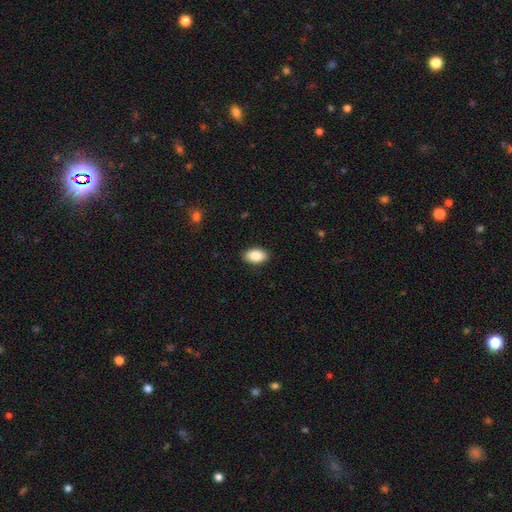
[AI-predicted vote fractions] This appears to be a smooth galaxy with no disk features (86%) that is in between round and cigar-shaped (91%). Merging: none (89%).